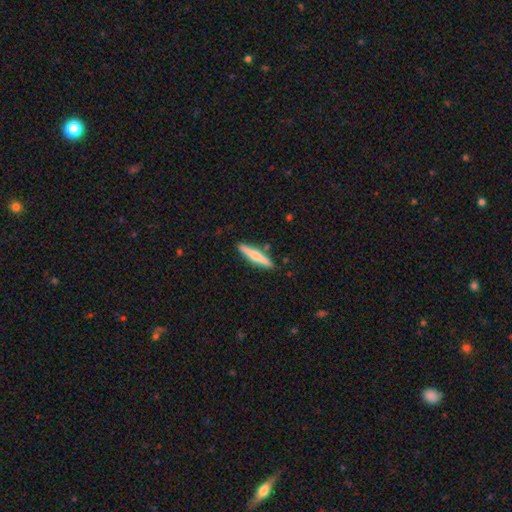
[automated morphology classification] Q: Smooth or featured?
A: smooth (53%); runner-up: featured or disk (41%)
Q: How rounded?
A: cigar-shaped (90%); runner-up: in between (8%)
Q: Merging?
A: none (86%); runner-up: minor disturbance (9%)